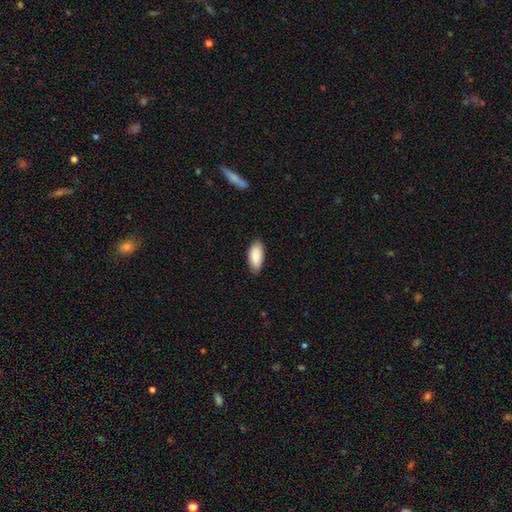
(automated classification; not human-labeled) smooth 86%, featured or disk 8%, star or artifact 6%. Down the decision tree: how rounded — in between (92%); merging — none (81%).